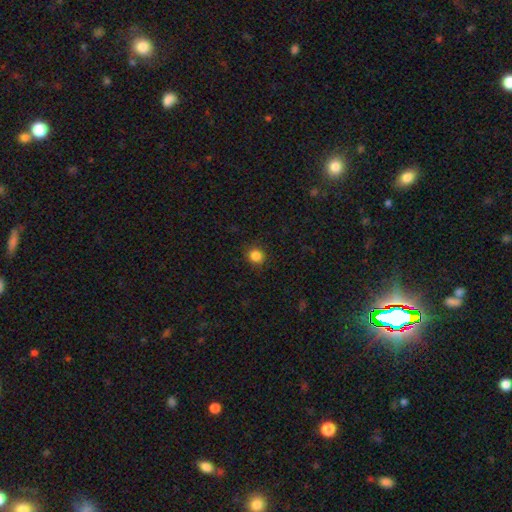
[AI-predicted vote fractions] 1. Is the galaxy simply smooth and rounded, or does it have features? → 85% smooth, 11% star or artifact, 4% featured or disk.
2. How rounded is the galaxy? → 87% round, 12% in between, 1% cigar-shaped.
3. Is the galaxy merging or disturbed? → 89% none, 8% minor disturbance, 2% major disturbance, 1% merger.